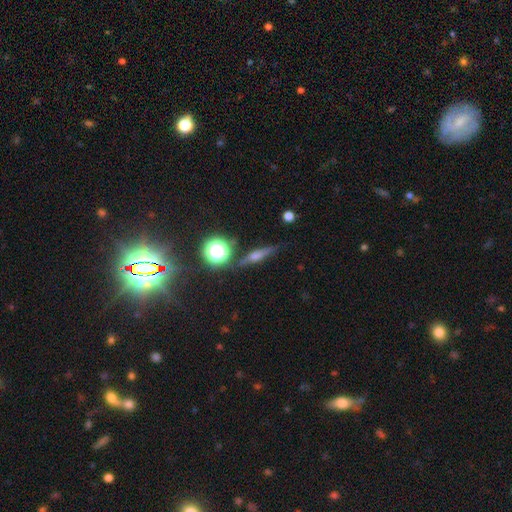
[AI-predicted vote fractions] A featured or disk galaxy (42%). Merging: none (79%).